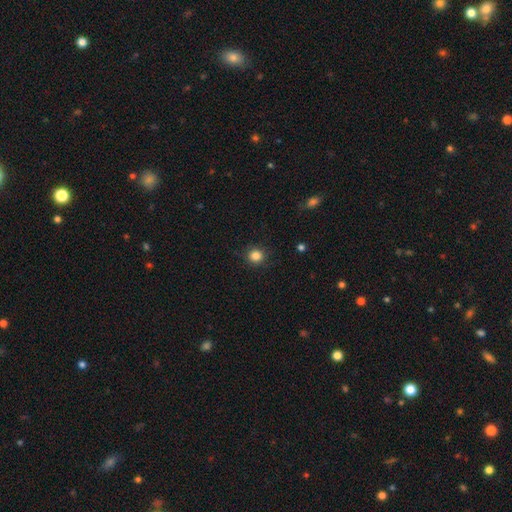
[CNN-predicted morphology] Q: Smooth or featured?
A: smooth (85%); runner-up: star or artifact (11%)
Q: How rounded?
A: round (90%); runner-up: in between (9%)
Q: Merging?
A: none (88%); runner-up: minor disturbance (8%)